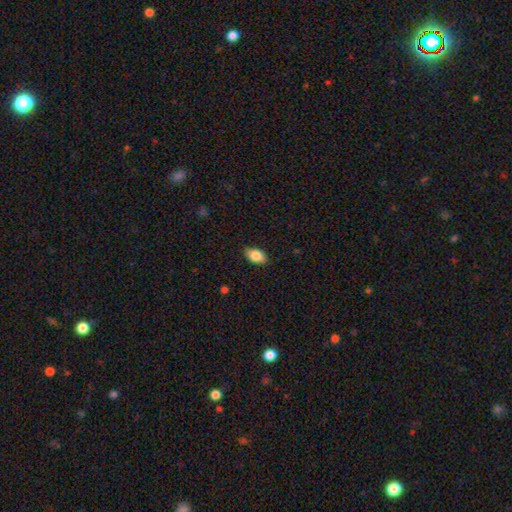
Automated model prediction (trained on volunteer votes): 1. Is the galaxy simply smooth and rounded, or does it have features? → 85% smooth, 8% featured or disk, 7% star or artifact.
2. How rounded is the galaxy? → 92% in between, 6% round, 2% cigar-shaped.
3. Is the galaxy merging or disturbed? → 86% none, 10% minor disturbance, 2% major disturbance, 1% merger.